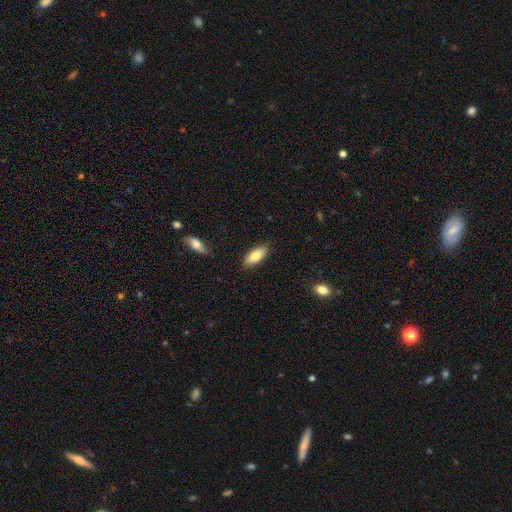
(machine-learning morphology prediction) The model was most divided on "how rounded": in between: 83%, cigar-shaped: 15%, round: 2%. More confident: merging — none (87%); smooth or featured — smooth (83%).